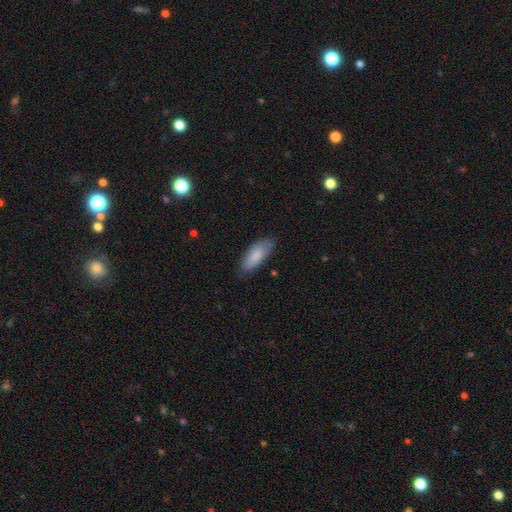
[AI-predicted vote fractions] Morphology: type=smooth (83%); roundness=in between (81%); merging=none (77%).